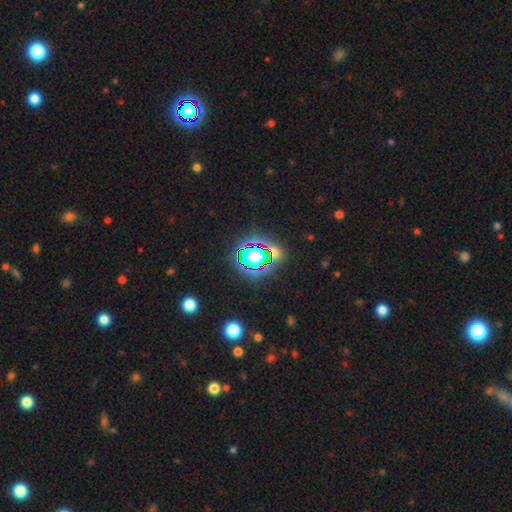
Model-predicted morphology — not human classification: This is likely a star or artifact rather than a galaxy (60%).